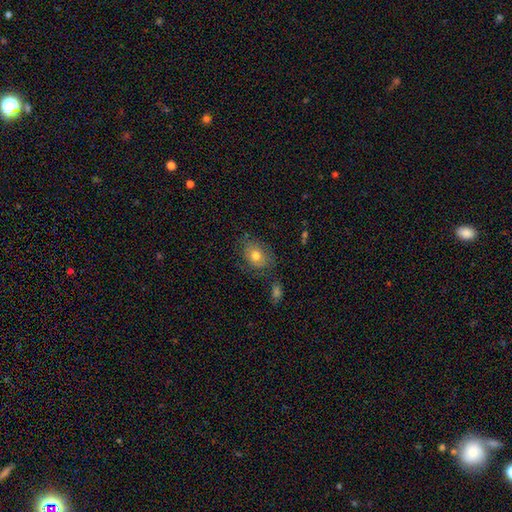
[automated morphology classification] This is likely a smooth galaxy (72%). How rounded: likely in between (61%). Merging: likely none (71%).